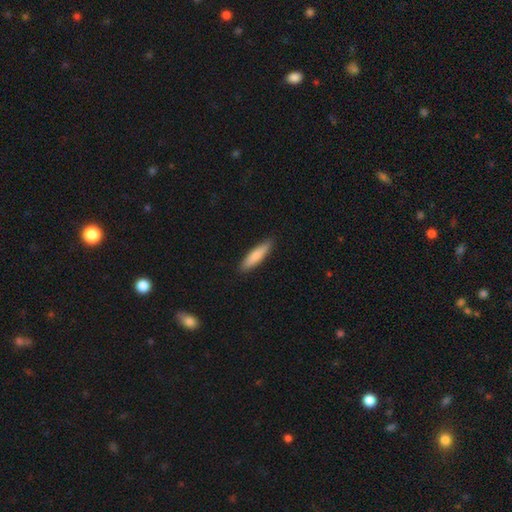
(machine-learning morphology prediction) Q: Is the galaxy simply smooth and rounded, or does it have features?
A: smooth — 79%.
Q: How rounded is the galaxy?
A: cigar-shaped — 77%.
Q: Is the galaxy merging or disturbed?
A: none — 89%.